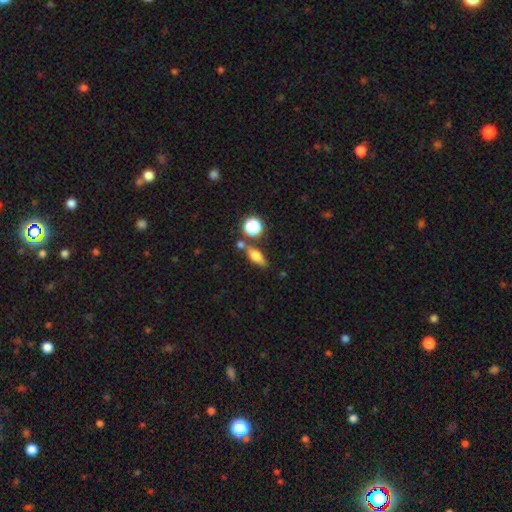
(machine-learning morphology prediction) Smooth or featured?
  - smooth: 66% *
  - featured or disk: 20%
  - star or artifact: 13%
How rounded?
  - in between: 61% *
  - cigar-shaped: 25%
  - round: 14%
Merging?
  - none: 67% *
  - merger: 15%
  - minor disturbance: 13%
  - major disturbance: 5%